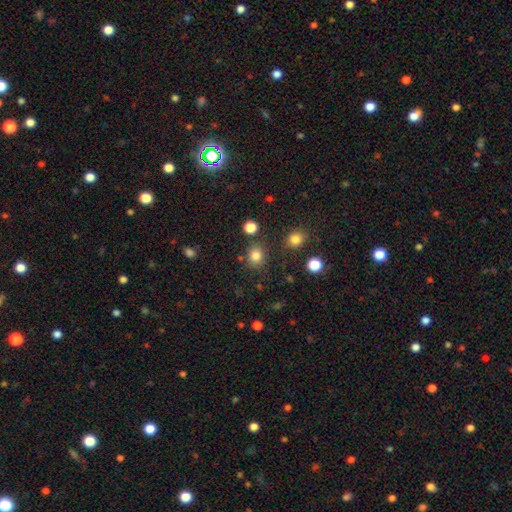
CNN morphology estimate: Smooth or featured? smooth (82%)
How rounded? round (73%)
Merging? none (81%)